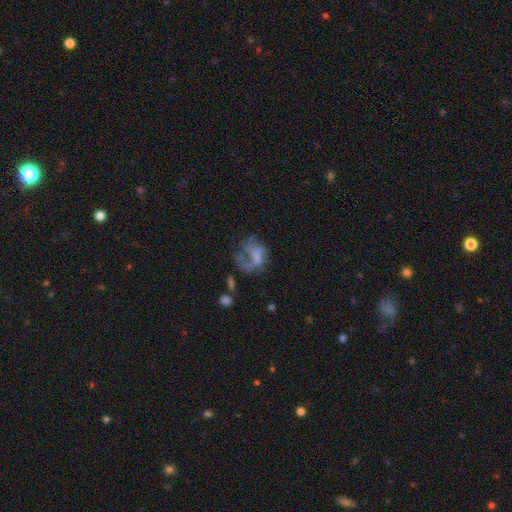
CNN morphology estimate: The model was most divided on "smooth or featured": featured or disk: 51%, smooth: 37%, star or artifact: 13%. Remaining: edge-on disk — no (98%); merging — major disturbance (48%).